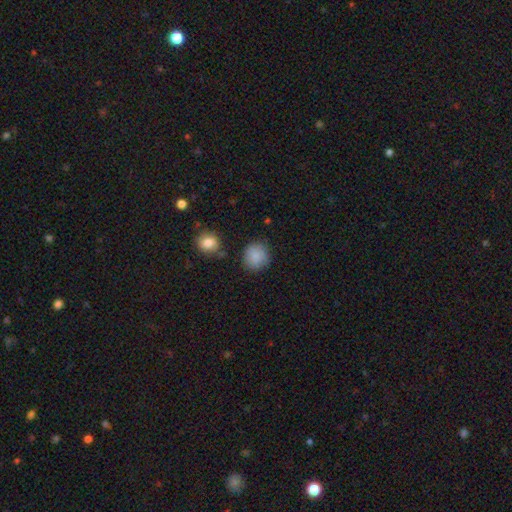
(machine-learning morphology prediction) Smooth or featured: smooth — 86% (star or artifact — 8%)
How rounded: round — 89% (in between — 10%)
Merging: none — 80% (minor disturbance — 12%)